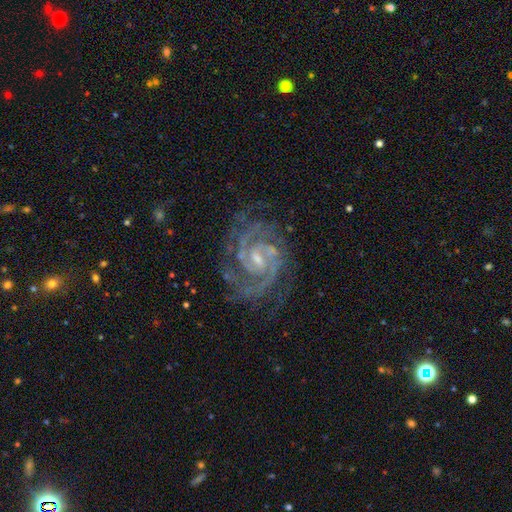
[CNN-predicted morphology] Overall: featured or disk (90%). Edge-on disk: no (98%). Bar: weak (44%; no 38%). Spiral arms: yes (99%). Spiral arm count: 2 (57%; 3 18%). Spiral winding: tight (64%; medium 32%). Bulge size: small (73%). Merging: none (78%).